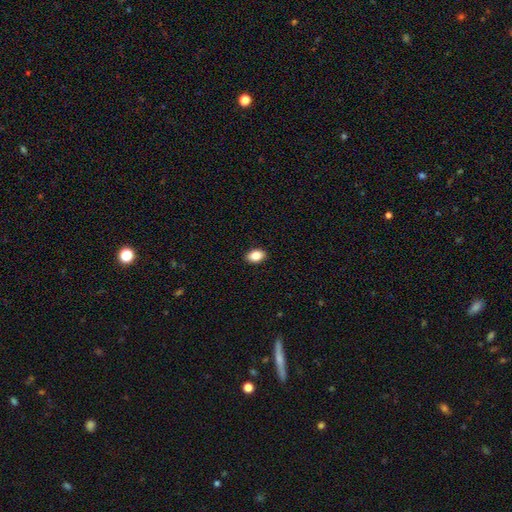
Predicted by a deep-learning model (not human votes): Smooth or featured? smooth (85%)
How rounded? in between (86%)
Merging? none (90%)